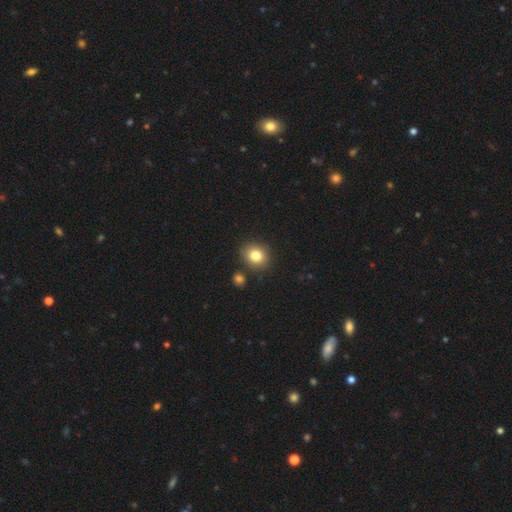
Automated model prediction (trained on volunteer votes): The model was most divided on "how rounded": round: 72%, in between: 27%, cigar-shaped: 1%. More confident: smooth or featured — smooth (82%); merging — none (81%).